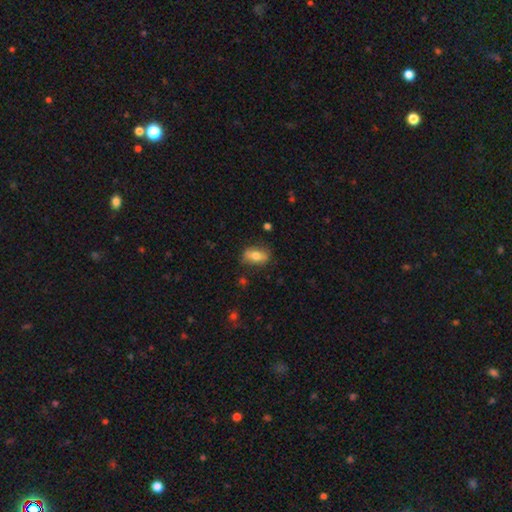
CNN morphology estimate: This appears to be a smooth galaxy with no disk features (70%) that is in between round and cigar-shaped (85%). Merging: none (76%).